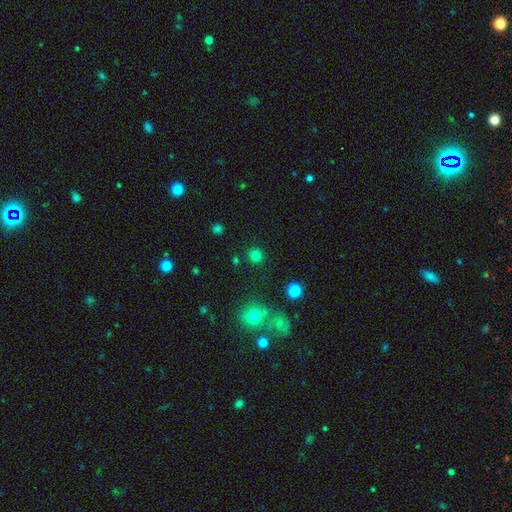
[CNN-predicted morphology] smooth-or-featured: smooth: 79% | star or artifact: 15% | featured or disk: 5%
  how-rounded: round: 93% | in between: 6% | cigar-shaped: 1%
  merging: none: 88% | minor disturbance: 6% | merger: 3% | major disturbance: 3%